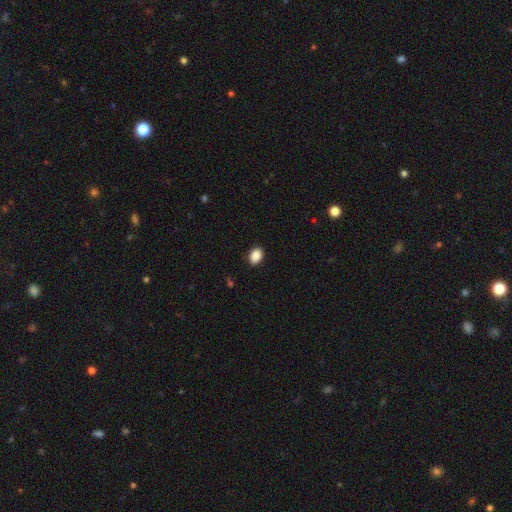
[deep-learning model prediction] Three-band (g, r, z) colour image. It shows a smooth galaxy with no disk features (89%) that is in between round and cigar-shaped (75%). Merging: none (89%).